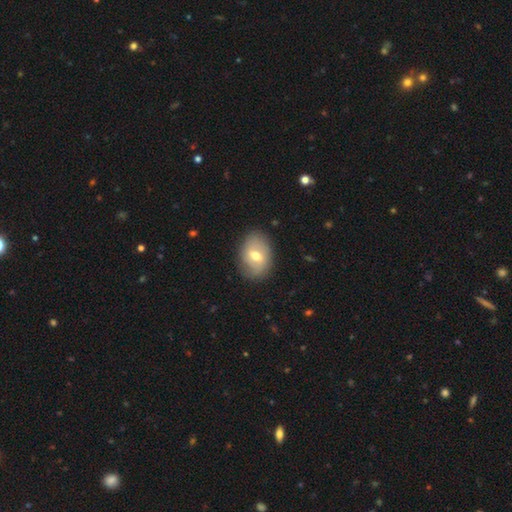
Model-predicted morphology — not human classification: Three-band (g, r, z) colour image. It shows a smooth galaxy with no disk features (57%) that is in between round and cigar-shaped (74%). Merging: none (82%).